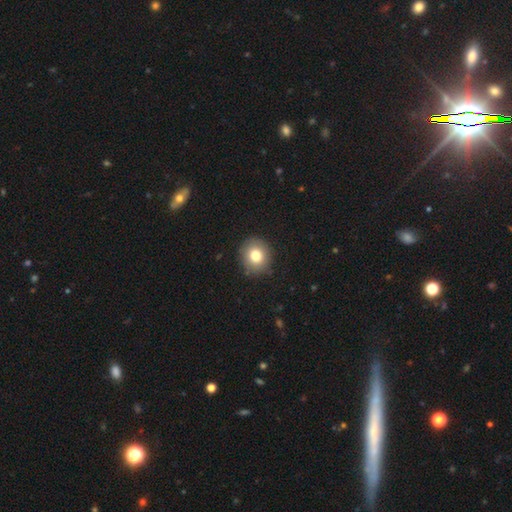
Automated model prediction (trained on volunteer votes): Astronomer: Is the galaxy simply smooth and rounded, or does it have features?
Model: smooth — 79%.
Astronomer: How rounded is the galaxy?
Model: round — 84%.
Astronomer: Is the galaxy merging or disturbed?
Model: none — 89%.